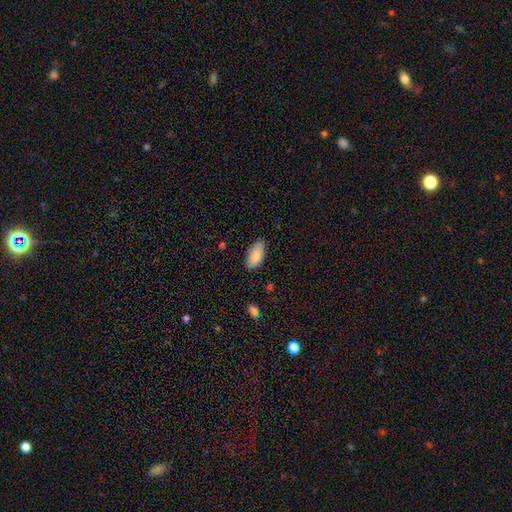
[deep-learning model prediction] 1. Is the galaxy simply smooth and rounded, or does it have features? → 86% smooth, 8% featured or disk, 7% star or artifact.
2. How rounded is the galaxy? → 91% in between, 7% cigar-shaped, 2% round.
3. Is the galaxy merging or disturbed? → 80% none, 16% minor disturbance, 3% major disturbance, 1% merger.